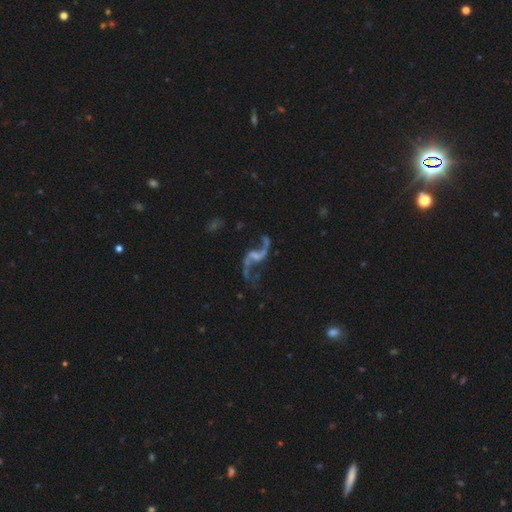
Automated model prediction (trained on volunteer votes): smooth-or-featured: featured or disk: 88% | star or artifact: 7% | smooth: 5%
  disk-edge-on: no: 96% | yes: 4%
    bar: weak: 42% | no: 41% | strong: 18%
    has-spiral-arms: yes: 94% | no: 6%
      spiral-winding: loose: 91% | medium: 8% | tight: 2%
      spiral-arm-count: 2: 92% | 1: 3% | can't tell: 2% | 3: 1% | 4: 1% | more than 4: 1%
    bulge-size: none: 45% | small: 36% | moderate: 15% | large: 3% | dominant: 1%
  merging: none: 60% | major disturbance: 18% | minor disturbance: 16% | merger: 6%